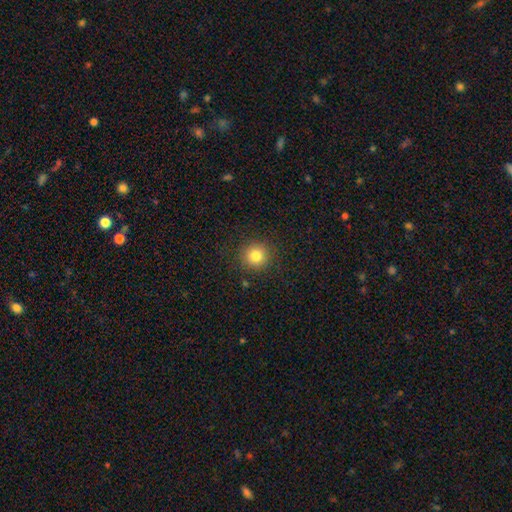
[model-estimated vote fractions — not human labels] Morphology: type=smooth (81%); roundness=round (93%); merging=none (89%).